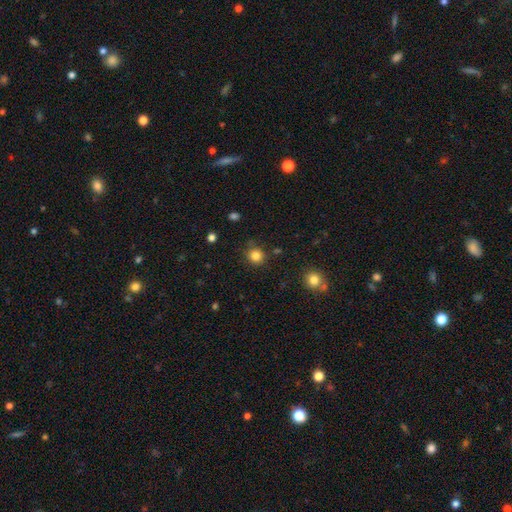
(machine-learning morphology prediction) Overall: smooth (83%). How rounded: round (90%). Merging: none (83%).